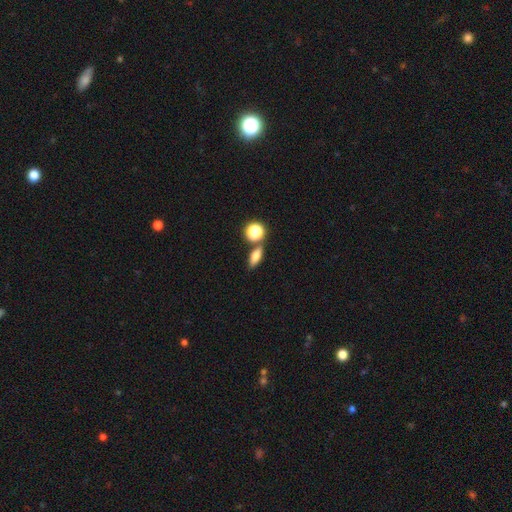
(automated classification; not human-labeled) Q: Smooth or featured?
A: smooth (69%); runner-up: featured or disk (18%)
Q: How rounded?
A: in between (62%); runner-up: cigar-shaped (21%)
Q: Merging?
A: none (72%); runner-up: merger (14%)